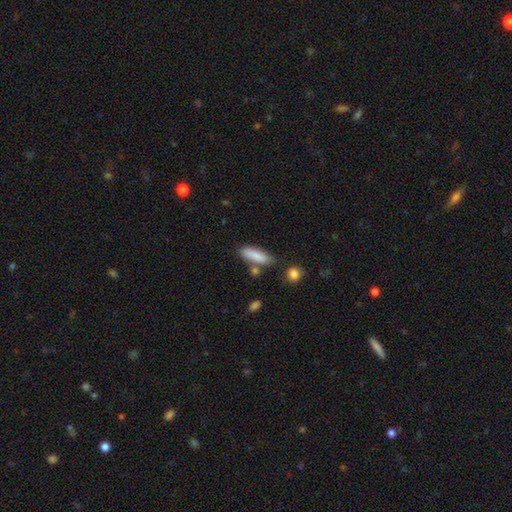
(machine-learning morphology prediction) smooth-or-featured: smooth: 85% | featured or disk: 9% | star or artifact: 6%
  how-rounded: in between: 54% | cigar-shaped: 44% | round: 2%
  merging: none: 71% | minor disturbance: 15% | merger: 10% | major disturbance: 4%